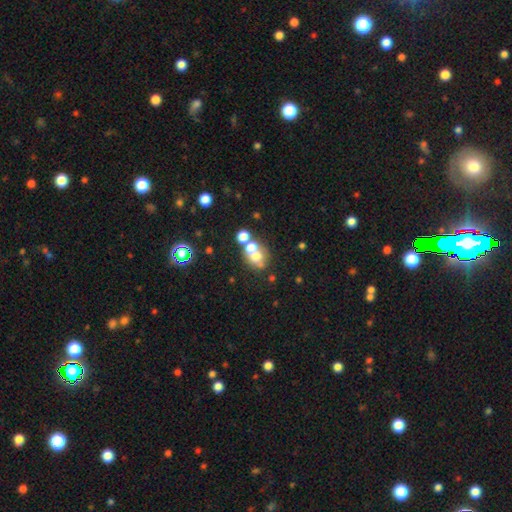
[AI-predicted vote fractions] This is possibly a smooth galaxy (57%). How rounded: likely round (63%). Merging: possibly merger (49%).